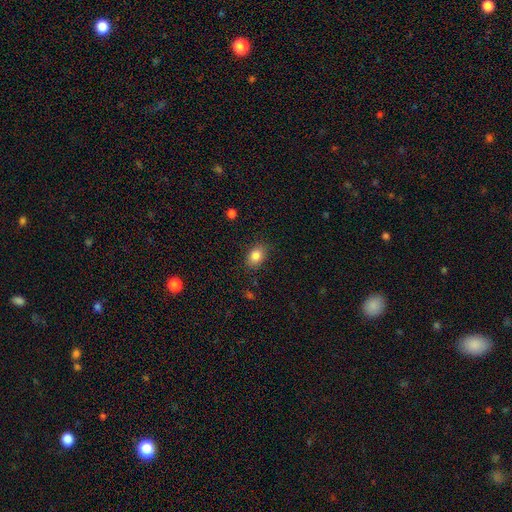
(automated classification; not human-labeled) Smooth or featured?
  - smooth: 84% *
  - star or artifact: 9%
  - featured or disk: 7%
How rounded?
  - in between: 72% *
  - round: 27%
  - cigar-shaped: 1%
Merging?
  - none: 85% *
  - minor disturbance: 11%
  - major disturbance: 3%
  - merger: 1%